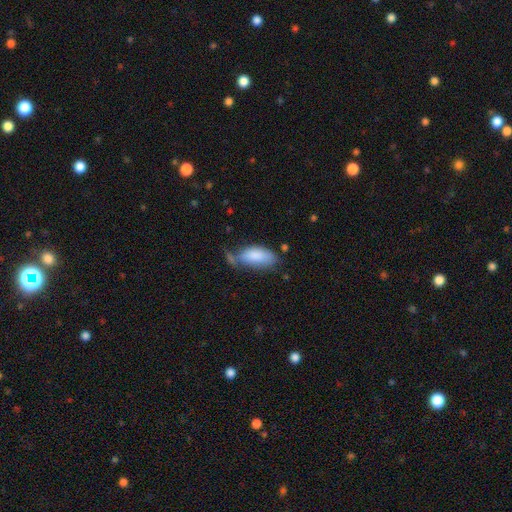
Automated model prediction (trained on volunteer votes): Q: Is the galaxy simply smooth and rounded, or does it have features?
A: smooth — 84%.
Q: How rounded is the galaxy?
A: in between — 89%.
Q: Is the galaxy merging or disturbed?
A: none — 43%.